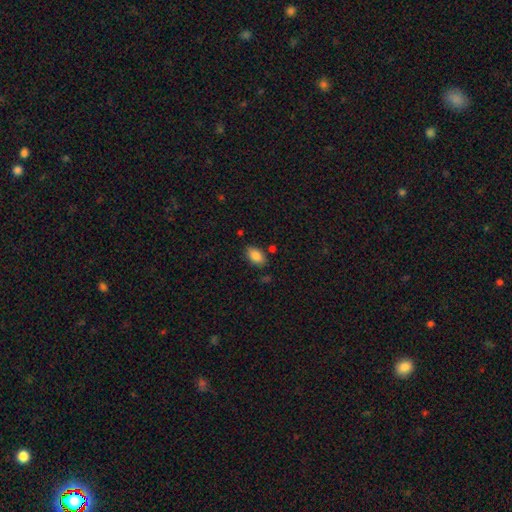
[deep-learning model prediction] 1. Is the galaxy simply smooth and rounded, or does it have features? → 87% smooth, 8% star or artifact, 5% featured or disk.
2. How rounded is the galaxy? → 91% in between, 7% round, 2% cigar-shaped.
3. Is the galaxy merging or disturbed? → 79% none, 14% minor disturbance, 3% merger, 3% major disturbance.